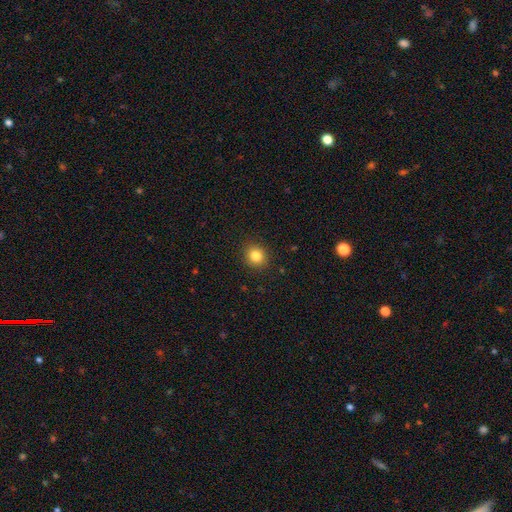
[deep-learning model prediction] Smooth or featured: smooth — 83% (star or artifact — 11%)
How rounded: round — 84% (in between — 15%)
Merging: none — 90% (minor disturbance — 6%)